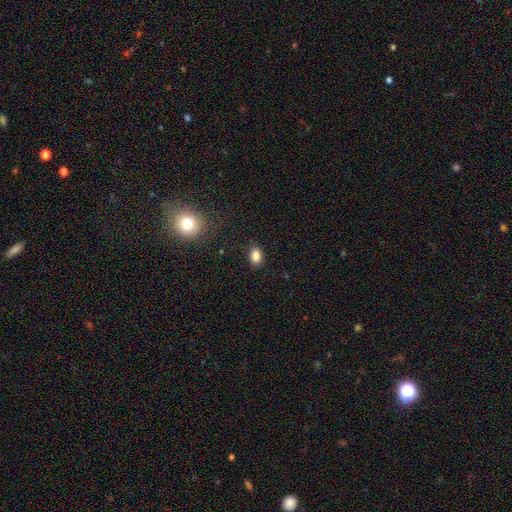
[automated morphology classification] smooth-or-featured: smooth: 85% | star or artifact: 10% | featured or disk: 5%
  how-rounded: in between: 83% | round: 16% | cigar-shaped: 2%
  merging: none: 86% | minor disturbance: 10% | major disturbance: 3% | merger: 1%